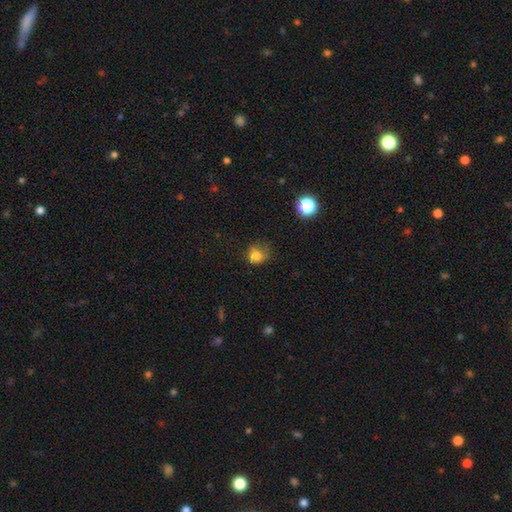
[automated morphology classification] The model was most divided on "merging": none: 39%, minor disturbance: 34%, major disturbance: 24%, merger: 4%. More confident: smooth or featured — smooth (76%); how rounded — round (66%).